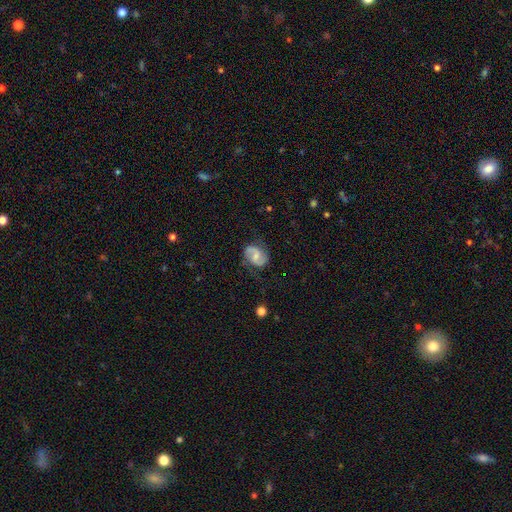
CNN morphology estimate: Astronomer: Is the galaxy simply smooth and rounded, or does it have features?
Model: featured or disk — 83%.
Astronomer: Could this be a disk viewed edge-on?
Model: no — 98%.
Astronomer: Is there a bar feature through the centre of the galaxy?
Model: weak — 49% (runner-up: no, 38%).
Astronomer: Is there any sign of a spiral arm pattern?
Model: yes — 96%.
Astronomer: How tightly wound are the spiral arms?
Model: medium — 51% (runner-up: loose, 31%).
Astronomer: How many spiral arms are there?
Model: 2 — 93%.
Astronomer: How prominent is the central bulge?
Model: small — 46% (runner-up: moderate, 35%).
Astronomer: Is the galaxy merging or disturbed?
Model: none — 76%.